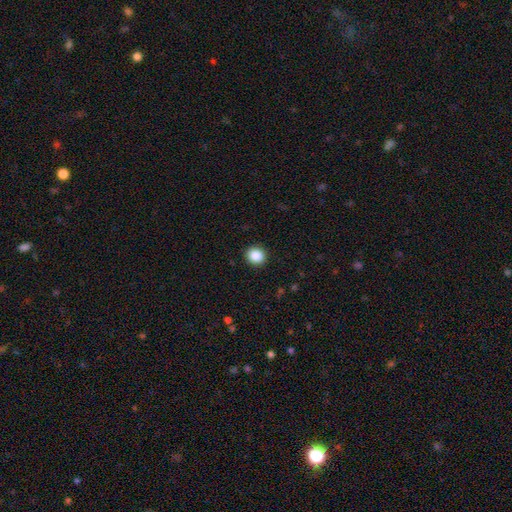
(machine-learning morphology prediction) smooth_or_featured: smooth (p=0.87) [alt: star or artifact p=0.09]
how_rounded: round (p=0.84) [alt: in between p=0.15]
merging: none (p=0.92) [alt: minor disturbance p=0.05]